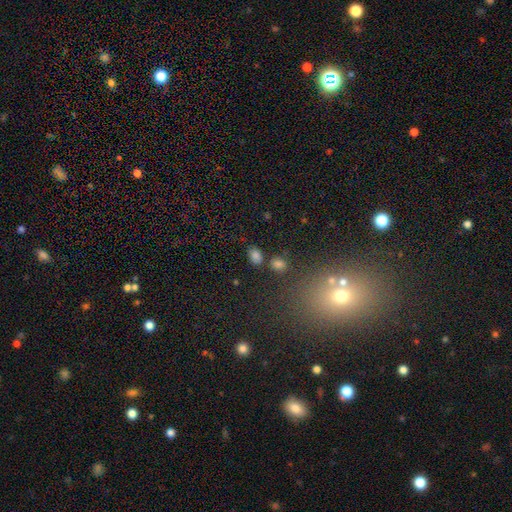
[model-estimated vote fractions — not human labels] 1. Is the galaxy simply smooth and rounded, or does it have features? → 81% smooth, 13% star or artifact, 6% featured or disk.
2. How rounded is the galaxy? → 78% in between, 20% round, 1% cigar-shaped.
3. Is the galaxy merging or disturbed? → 72% none, 12% minor disturbance, 11% merger, 4% major disturbance.